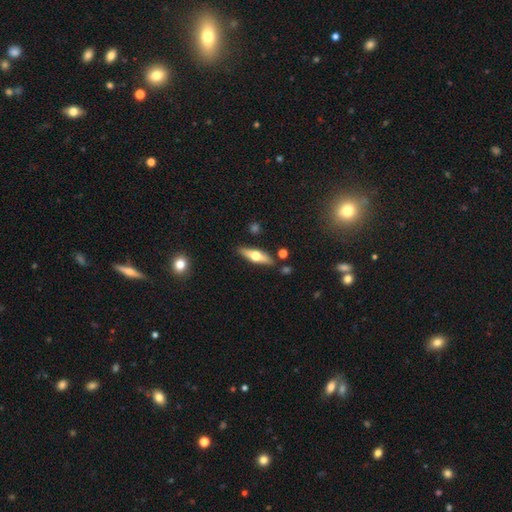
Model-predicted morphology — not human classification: type=featured or disk (56%); edge-on=yes (91%); edge-on bulge=rounded (95%); merging=none (84%).